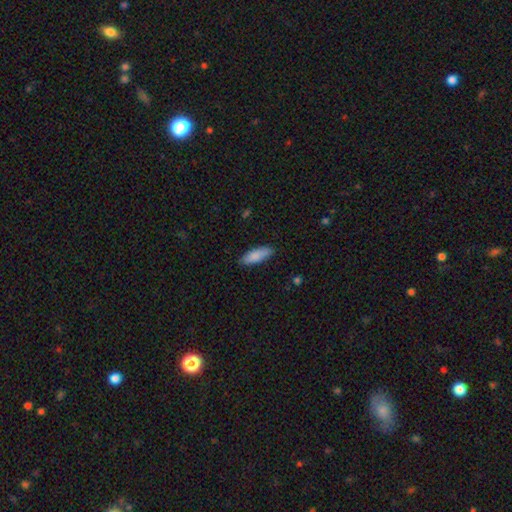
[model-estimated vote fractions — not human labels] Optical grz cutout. It shows a smooth galaxy with no disk features (86%) that is in between round and cigar-shaped (59%). Merging: none (86%).